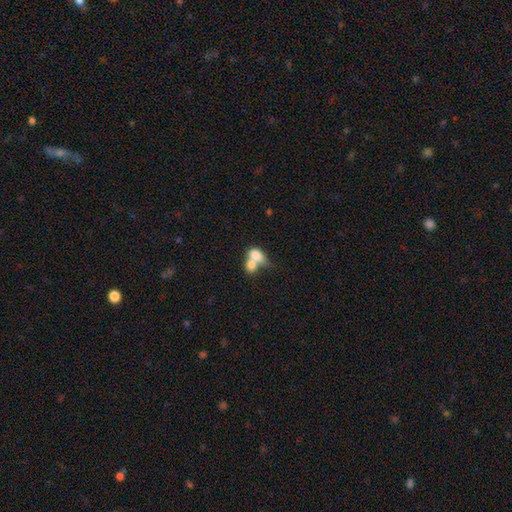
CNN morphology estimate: Smooth or featured?
  - smooth: 74% *
  - featured or disk: 18%
  - star or artifact: 8%
How rounded?
  - in between: 73% *
  - round: 24%
  - cigar-shaped: 3%
Merging?
  - merger: 74% *
  - none: 14%
  - minor disturbance: 6%
  - major disturbance: 5%